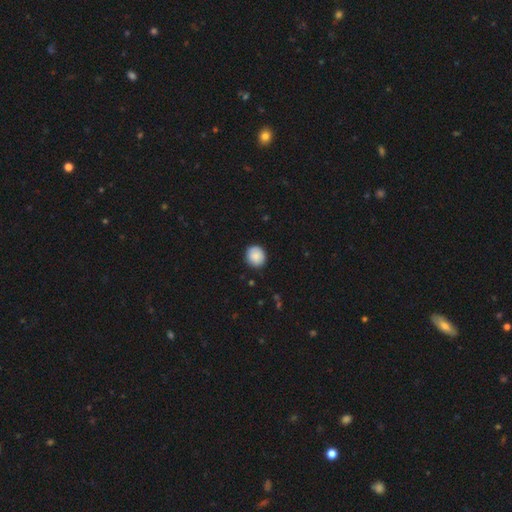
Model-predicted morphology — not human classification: Overall: smooth (87%). How rounded: round (83%). Merging: none (87%).